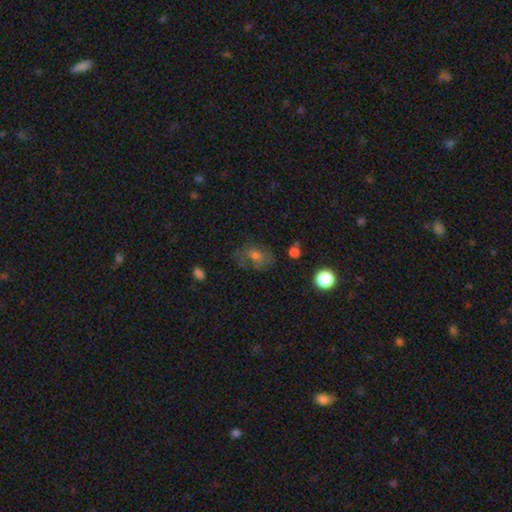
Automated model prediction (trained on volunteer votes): Morphology: type=smooth (51%); roundness=in between (69%); merging=none (54%).